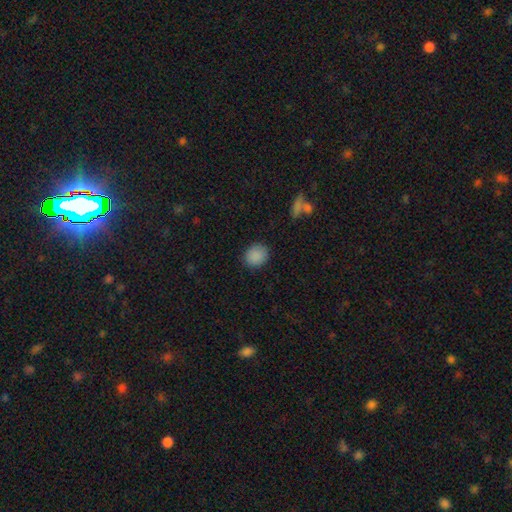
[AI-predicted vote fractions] Smooth or featured?
  - smooth: 88% *
  - star or artifact: 9%
  - featured or disk: 3%
How rounded?
  - round: 77% *
  - in between: 22%
  - cigar-shaped: 1%
Merging?
  - none: 88% *
  - minor disturbance: 9%
  - major disturbance: 2%
  - merger: 1%